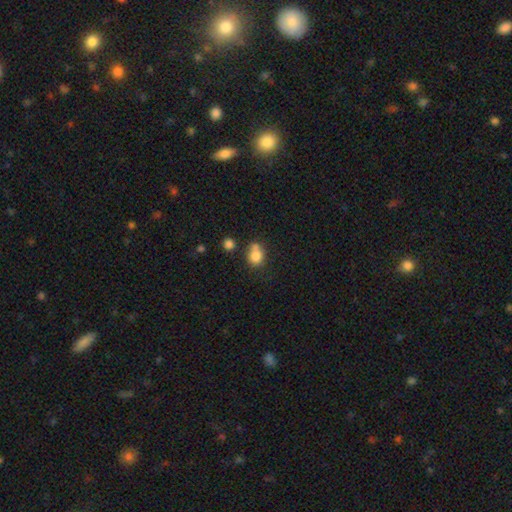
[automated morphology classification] This is clearly a smooth galaxy (80%). How rounded: likely round (72%). Merging: possibly none (47%).